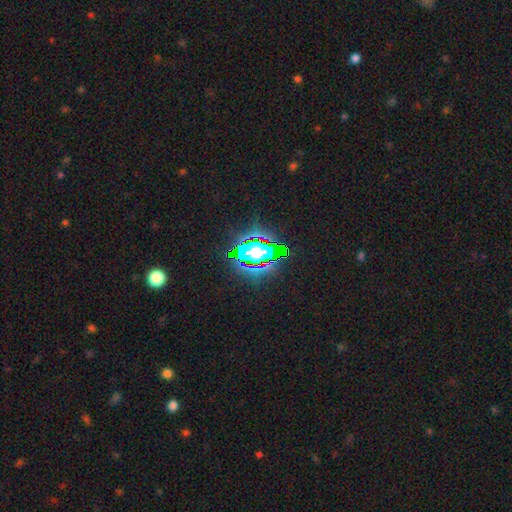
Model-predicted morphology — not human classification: Smooth or featured?
  - star or artifact: 82% *
  - smooth: 11%
  - featured or disk: 7%